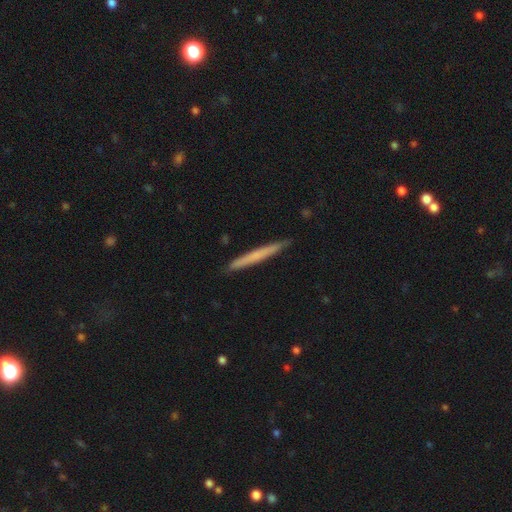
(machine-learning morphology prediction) Q: Smooth or featured?
A: smooth (58%); runner-up: featured or disk (36%)
Q: How rounded?
A: cigar-shaped (97%); runner-up: in between (2%)
Q: Merging?
A: none (90%); runner-up: minor disturbance (8%)